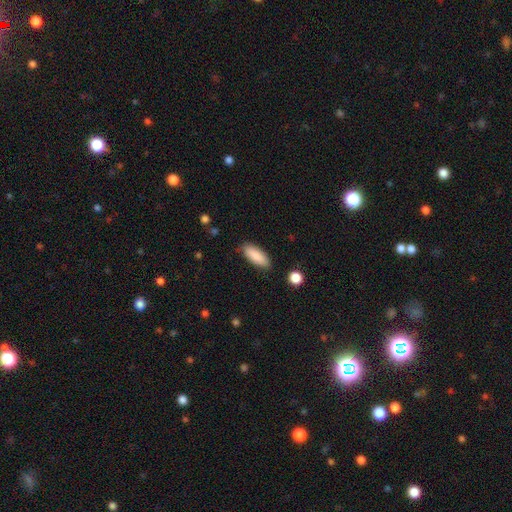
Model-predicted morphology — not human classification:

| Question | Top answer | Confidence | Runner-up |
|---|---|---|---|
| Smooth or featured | smooth | 88% | star or artifact (6%) |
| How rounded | in between | 72% | cigar-shaped (26%) |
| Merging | none | 85% | minor disturbance (11%) |